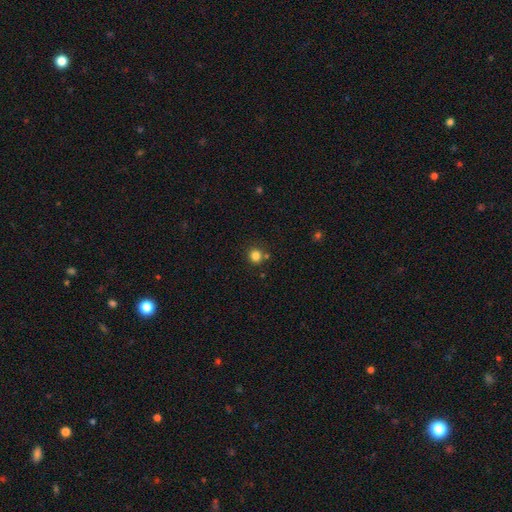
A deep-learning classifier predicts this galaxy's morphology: Smooth or featured? Predicted: smooth (p=0.83). How rounded? Predicted: round (p=0.90). Merging? Predicted: none (p=0.79).